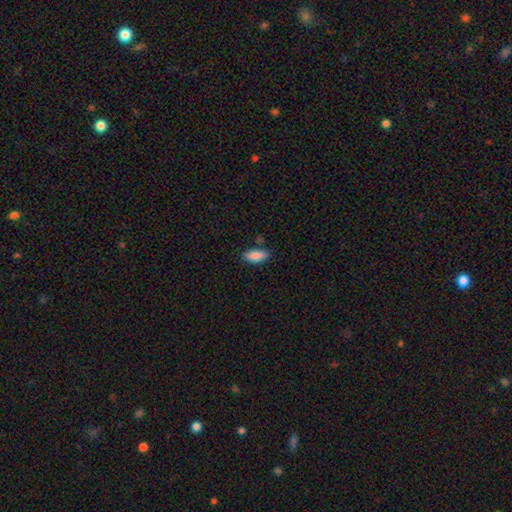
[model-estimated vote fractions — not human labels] This appears to be a smooth galaxy with no disk features (88%) that is in between round and cigar-shaped (82%). Merging: none (78%).